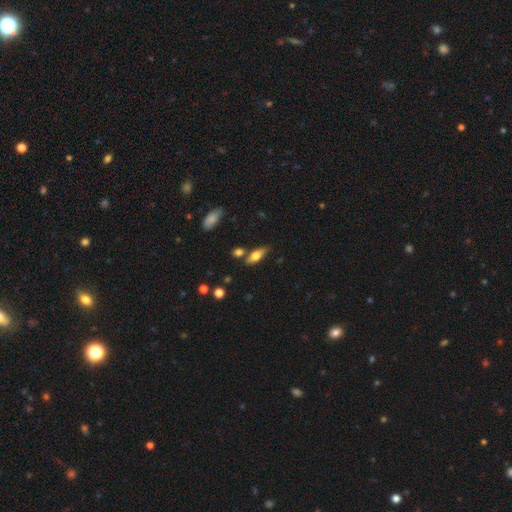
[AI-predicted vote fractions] The model was most divided on "smooth or featured": smooth: 60%, featured or disk: 33%, star or artifact: 7%. More confident: merging — none (73%); how rounded — in between (62%).